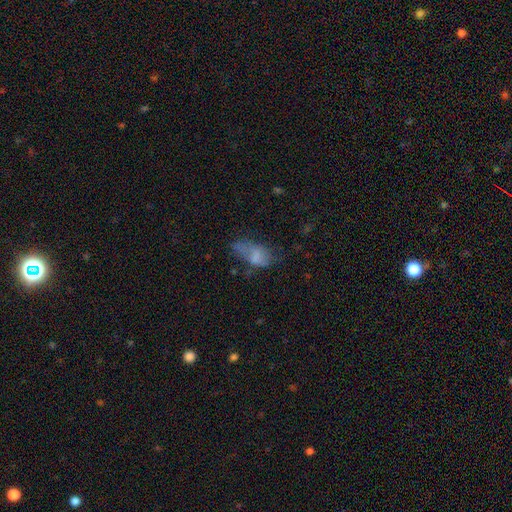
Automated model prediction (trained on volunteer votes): Q: Smooth or featured?
A: smooth (58%); runner-up: featured or disk (29%)
Q: How rounded?
A: in between (87%); runner-up: cigar-shaped (6%)
Q: Merging?
A: major disturbance (33%); runner-up: none (32%)